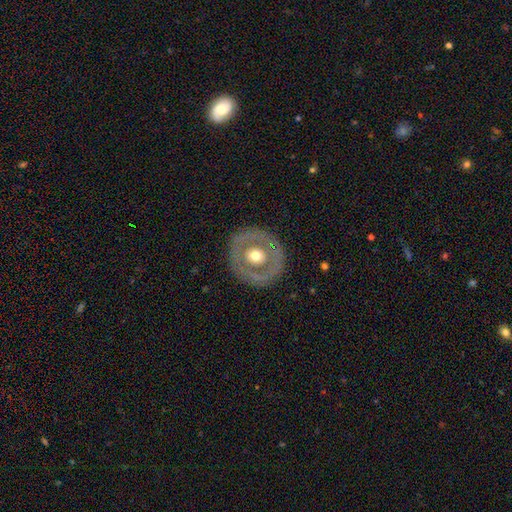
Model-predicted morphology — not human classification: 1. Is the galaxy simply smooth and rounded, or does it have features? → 55% featured or disk, 40% smooth, 6% star or artifact.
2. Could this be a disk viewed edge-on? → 94% no, 6% yes.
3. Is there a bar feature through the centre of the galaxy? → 88% no, 8% weak, 3% strong.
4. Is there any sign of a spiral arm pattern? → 91% no, 9% yes.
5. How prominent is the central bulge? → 72% moderate, 16% large, 9% small, 1% dominant, 1% none.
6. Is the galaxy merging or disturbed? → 84% none, 10% minor disturbance, 5% major disturbance, 1% merger.